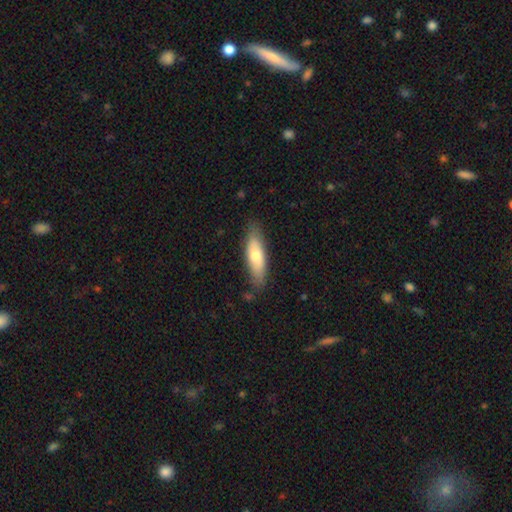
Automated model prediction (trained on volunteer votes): The model was most divided on "how rounded": cigar-shaped: 52%, in between: 46%, round: 2%. More confident: merging — none (80%); smooth or featured — smooth (65%).